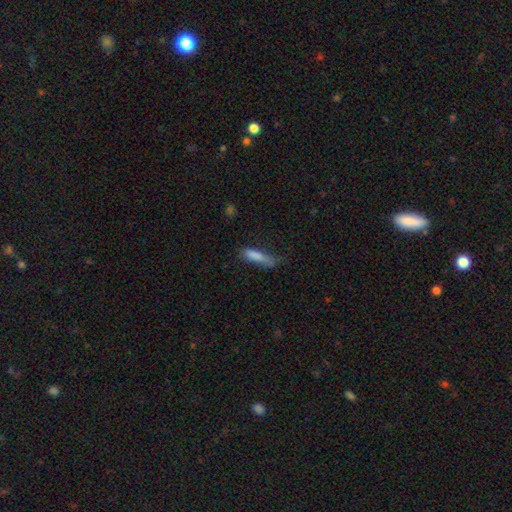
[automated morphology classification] Smooth or featured? smooth (80%)
How rounded? cigar-shaped (75%)
Merging? none (44%)